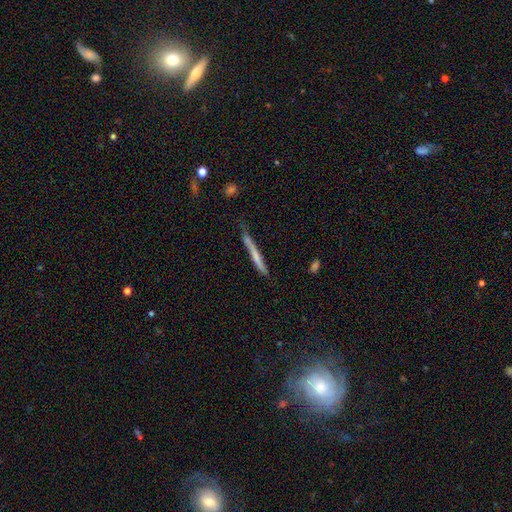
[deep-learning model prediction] Q: Smooth or featured?
A: smooth (53%); runner-up: featured or disk (40%)
Q: How rounded?
A: cigar-shaped (96%); runner-up: in between (3%)
Q: Merging?
A: none (62%); runner-up: minor disturbance (26%)